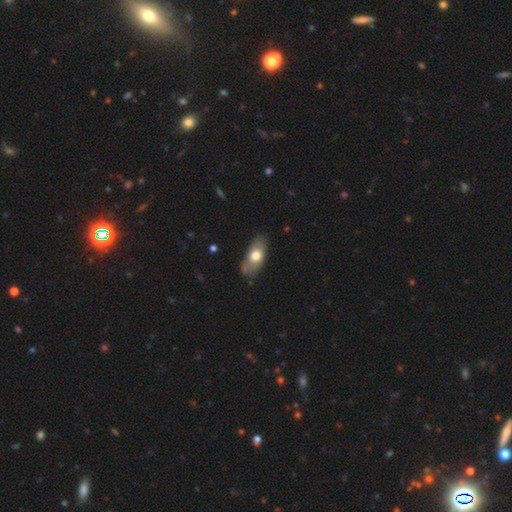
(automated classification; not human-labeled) Smooth or featured: smooth — 64% (featured or disk — 30%)
How rounded: in between — 85% (cigar-shaped — 11%)
Merging: none — 72% (minor disturbance — 21%)